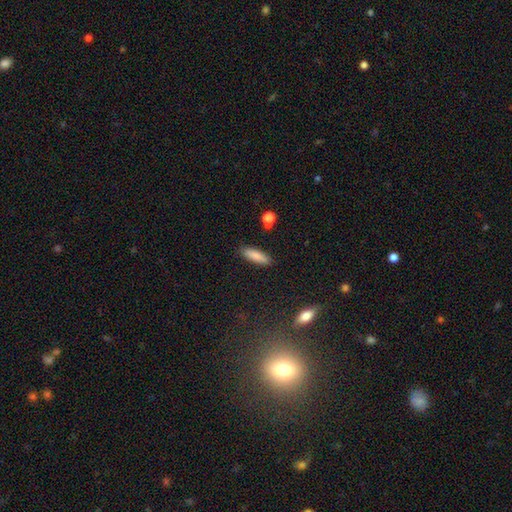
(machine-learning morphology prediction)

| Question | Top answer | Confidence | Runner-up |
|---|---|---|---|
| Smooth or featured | smooth | 84% | featured or disk (9%) |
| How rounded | cigar-shaped | 58% | in between (40%) |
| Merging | none | 87% | minor disturbance (9%) |